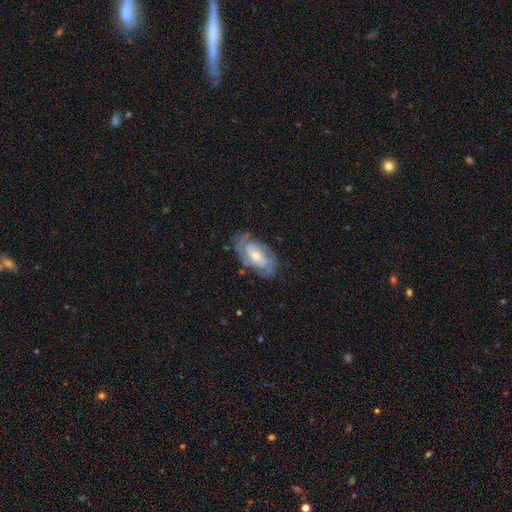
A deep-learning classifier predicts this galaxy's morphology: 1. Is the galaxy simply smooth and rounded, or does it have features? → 78% featured or disk, 16% smooth, 6% star or artifact.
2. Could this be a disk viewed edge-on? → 95% no, 5% yes.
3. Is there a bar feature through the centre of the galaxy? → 54% no, 37% weak, 9% strong.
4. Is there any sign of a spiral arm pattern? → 90% yes, 10% no.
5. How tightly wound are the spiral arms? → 54% tight, 35% medium, 11% loose.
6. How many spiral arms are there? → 46% 2, 31% can't tell, 12% 3, 4% 1, 4% 4, 3% more than 4.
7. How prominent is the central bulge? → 47% small, 46% moderate, 4% large, 2% none, 1% dominant.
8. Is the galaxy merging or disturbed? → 68% none, 21% minor disturbance, 9% major disturbance, 2% merger.